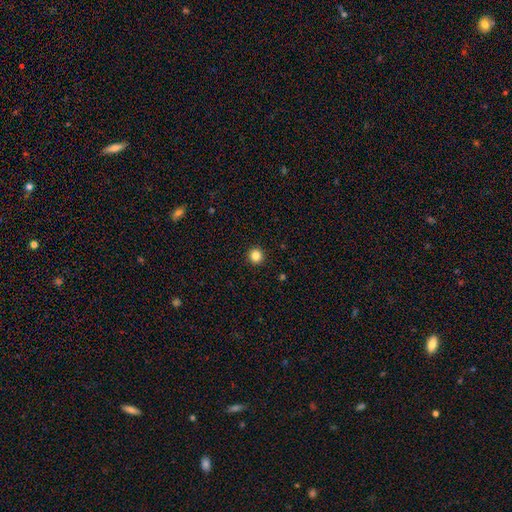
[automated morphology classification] Smooth or featured?
  - smooth: 84% *
  - star or artifact: 12%
  - featured or disk: 4%
How rounded?
  - round: 95% *
  - in between: 4%
  - cigar-shaped: 1%
Merging?
  - none: 94% *
  - minor disturbance: 4%
  - major disturbance: 1%
  - merger: 1%